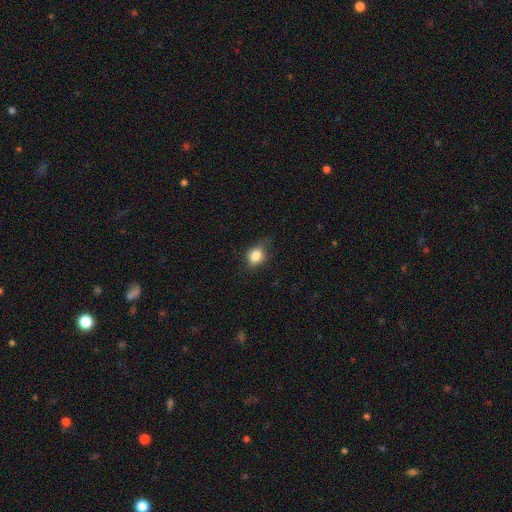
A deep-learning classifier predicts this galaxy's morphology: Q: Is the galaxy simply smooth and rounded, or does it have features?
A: smooth — 83%.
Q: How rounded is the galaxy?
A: round — 50%.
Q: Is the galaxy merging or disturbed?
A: none — 68%.